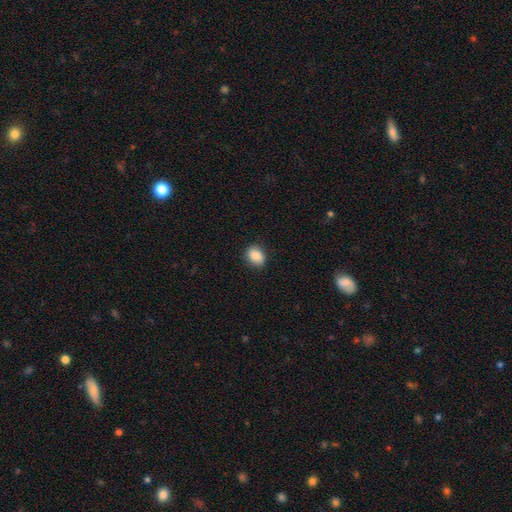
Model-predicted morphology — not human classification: smooth-or-featured: smooth: 88% | star or artifact: 8% | featured or disk: 4%
  how-rounded: in between: 65% | round: 34% | cigar-shaped: 1%
  merging: none: 84% | minor disturbance: 12% | major disturbance: 3% | merger: 1%